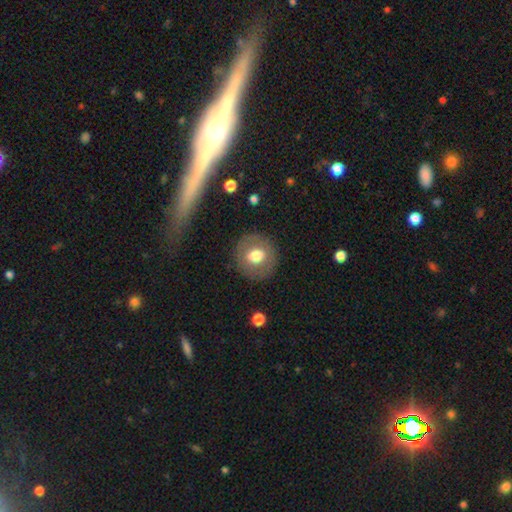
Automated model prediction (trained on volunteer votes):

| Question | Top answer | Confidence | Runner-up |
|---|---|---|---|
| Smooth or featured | smooth | 66% | featured or disk (26%) |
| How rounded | round | 90% | in between (9%) |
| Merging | none | 87% | minor disturbance (8%) |